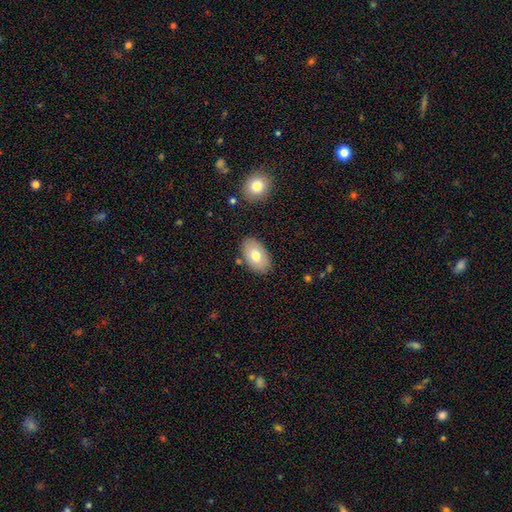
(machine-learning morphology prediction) The model was most divided on "smooth or featured": smooth: 74%, featured or disk: 20%, star or artifact: 7%. More confident: how rounded — in between (92%); merging — none (84%).